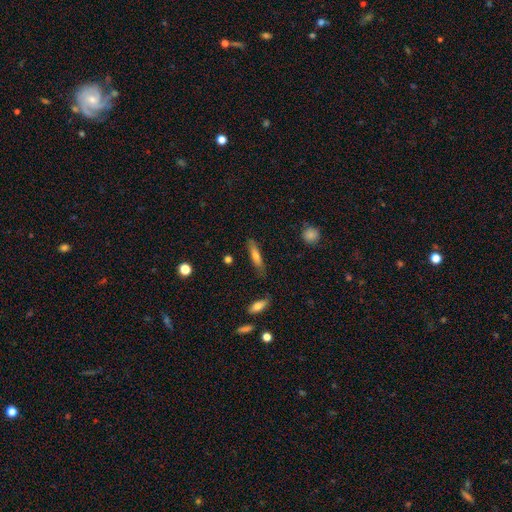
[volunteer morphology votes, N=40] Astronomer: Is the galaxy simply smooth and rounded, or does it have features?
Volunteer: smooth — 65%.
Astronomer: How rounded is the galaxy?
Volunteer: cigar-shaped — 81%.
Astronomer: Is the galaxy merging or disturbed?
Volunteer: none — 61%.